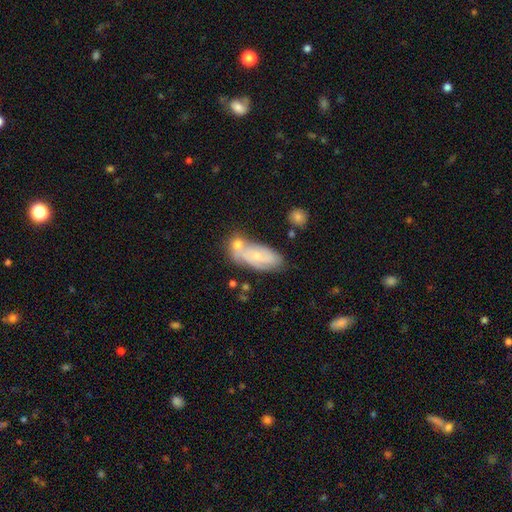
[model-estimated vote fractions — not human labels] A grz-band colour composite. It shows a featured or disk galaxy (53%). Merging: none (47%).